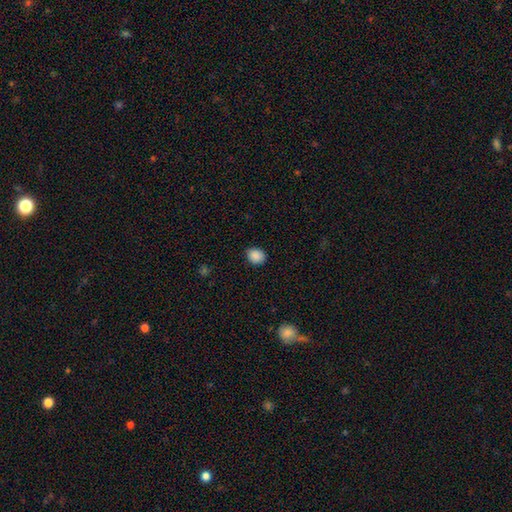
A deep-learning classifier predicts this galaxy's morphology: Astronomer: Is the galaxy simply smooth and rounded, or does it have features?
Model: smooth — 88%.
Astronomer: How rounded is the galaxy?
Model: round — 63%.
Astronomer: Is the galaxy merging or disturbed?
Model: none — 87%.